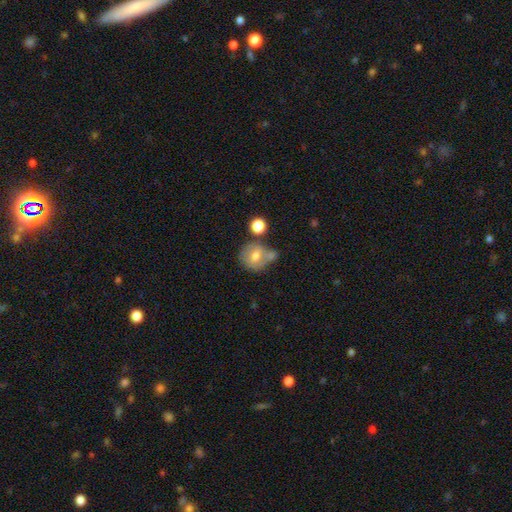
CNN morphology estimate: A smooth galaxy with no disk features (68%) that is round (77%).

Vote fractions:
- Smooth or featured? smooth: 68% / featured or disk: 23% / star or artifact: 10%
- How rounded? round: 77% / in between: 22% / cigar-shaped: 1%
- Merging? none: 43% / merger: 33% / minor disturbance: 16% / major disturbance: 7%